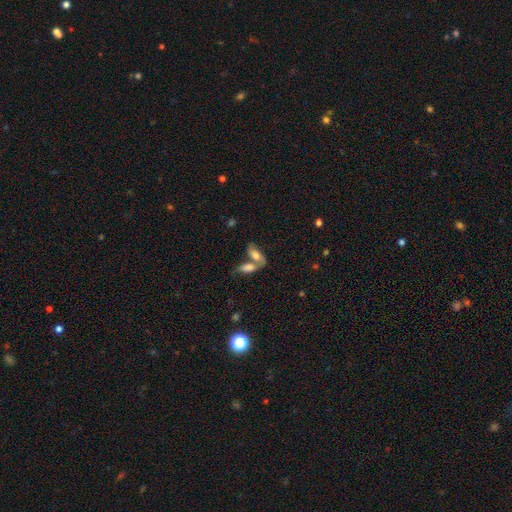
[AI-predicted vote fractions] A smooth galaxy with no disk features (61%) that is in between round and cigar-shaped (80%).

Vote fractions:
- Smooth or featured? smooth: 61% / featured or disk: 30% / star or artifact: 9%
- How rounded? in between: 80% / cigar-shaped: 15% / round: 4%
- Merging? merger: 56% / none: 29% / minor disturbance: 9% / major disturbance: 5%